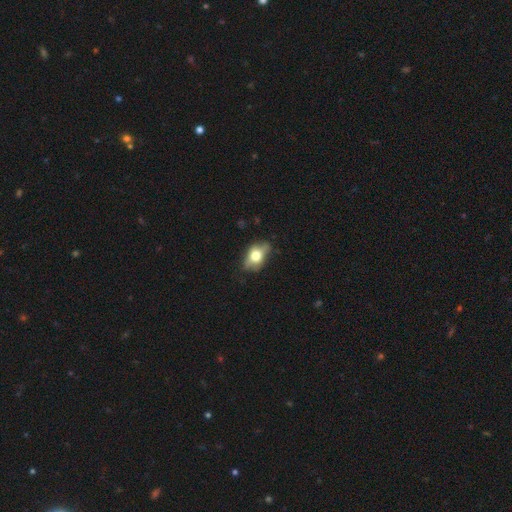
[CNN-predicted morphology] smooth_or_featured: smooth (p=0.55) [alt: featured or disk p=0.35]
how_rounded: in between (p=0.77) [alt: round p=0.19]
merging: none (p=0.63) [alt: minor disturbance p=0.26]